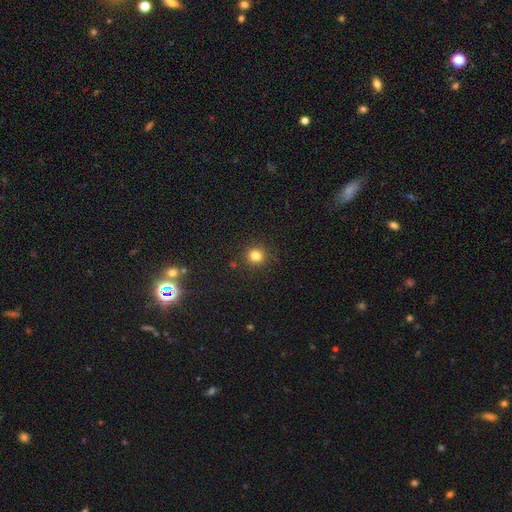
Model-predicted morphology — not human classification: Q: Smooth or featured?
A: smooth (81%); runner-up: star or artifact (14%)
Q: How rounded?
A: round (93%); runner-up: in between (6%)
Q: Merging?
A: none (91%); runner-up: minor disturbance (6%)